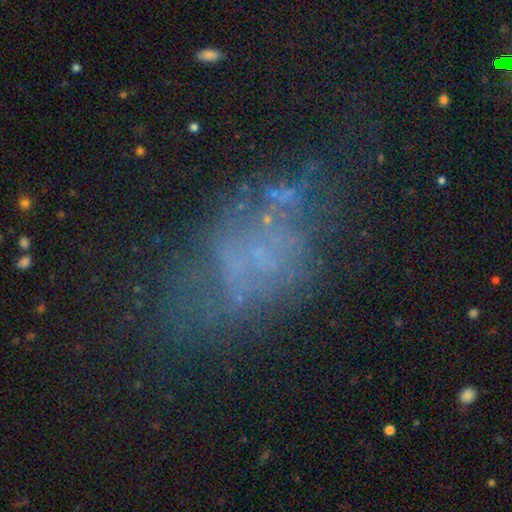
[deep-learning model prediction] This is marginally a featured or disk galaxy (42%). Merging: marginally none (42%).